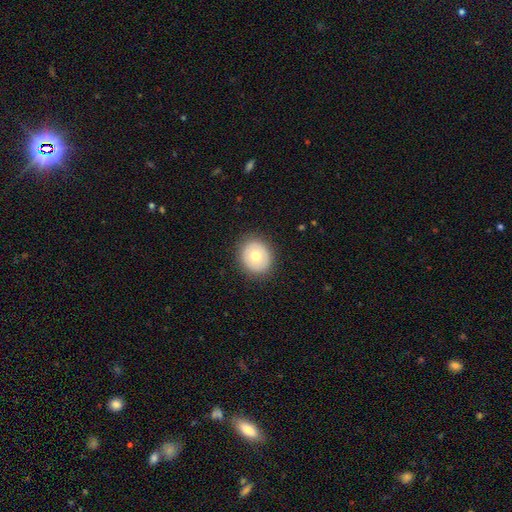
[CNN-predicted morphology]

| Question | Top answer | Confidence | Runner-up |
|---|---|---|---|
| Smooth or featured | smooth | 64% | featured or disk (28%) |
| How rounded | round | 74% | in between (25%) |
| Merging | none | 87% | minor disturbance (9%) |